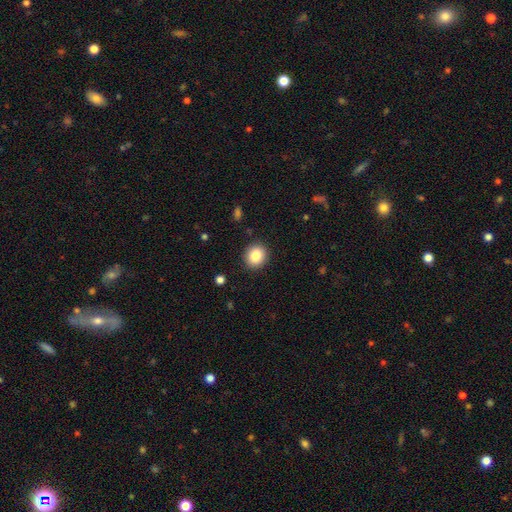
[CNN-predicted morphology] Smooth or featured: smooth — 84% (star or artifact — 9%)
How rounded: round — 81% (in between — 18%)
Merging: none — 90% (minor disturbance — 7%)